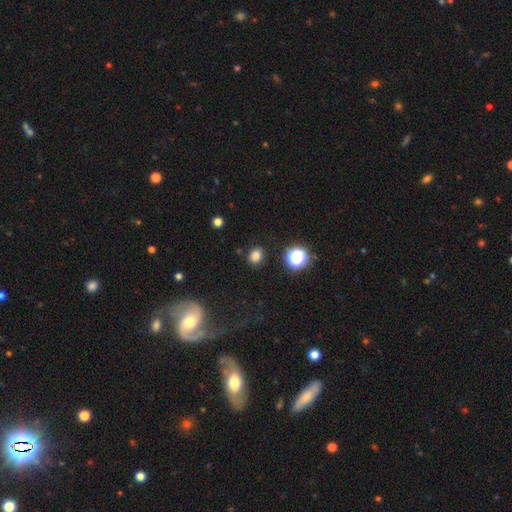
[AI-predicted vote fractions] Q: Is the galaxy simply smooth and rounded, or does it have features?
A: smooth — 80%.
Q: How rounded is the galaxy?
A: round — 59%.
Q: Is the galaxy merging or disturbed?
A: none — 86%.